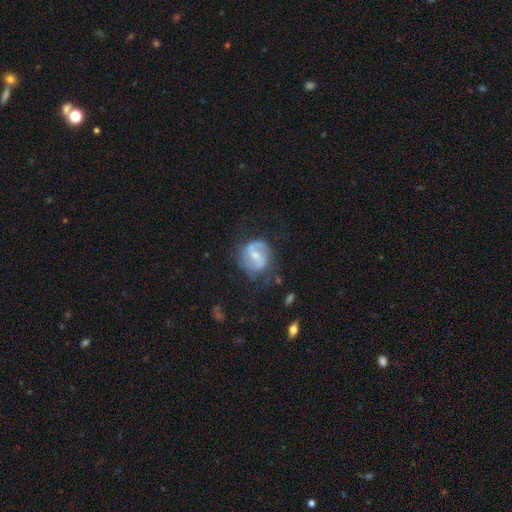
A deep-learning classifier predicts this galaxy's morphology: smooth_or_featured: featured or disk (p=0.76) [alt: smooth p=0.18]
disk_edge_on: no (p=0.98) [alt: yes p=0.02]
bar: weak (p=0.52) [alt: strong p=0.31]
has_spiral_arms: yes (p=0.90) [alt: no p=0.10]
spiral_winding: medium (p=0.45) [alt: loose p=0.38]
spiral_arm_count: 2 (p=0.86) [alt: can't tell p=0.07]
bulge_size: small (p=0.48) [alt: moderate p=0.38]
merging: none (p=0.68) [alt: minor disturbance p=0.20]